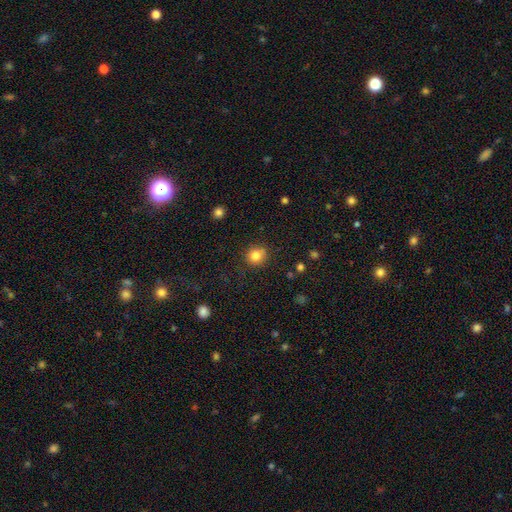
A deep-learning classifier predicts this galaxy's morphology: Smooth or featured? smooth (83%)
How rounded? round (84%)
Merging? none (82%)